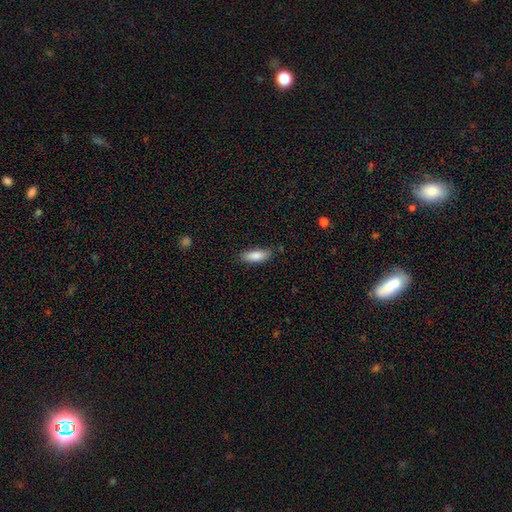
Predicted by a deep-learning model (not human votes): Overall: smooth (85%). How rounded: in between (70%). Merging: none (79%).